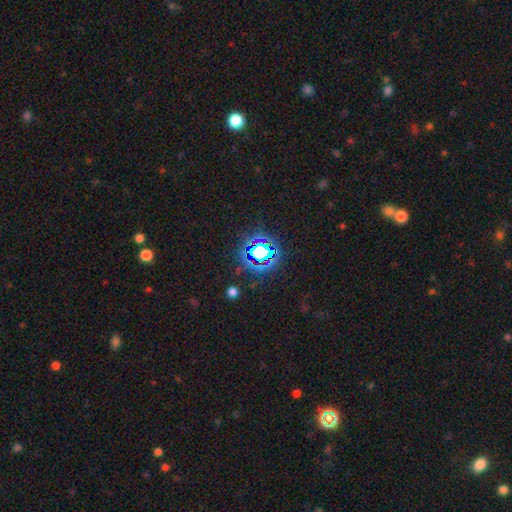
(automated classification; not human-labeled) smooth-or-featured: star or artifact: 79% | smooth: 13% | featured or disk: 7%